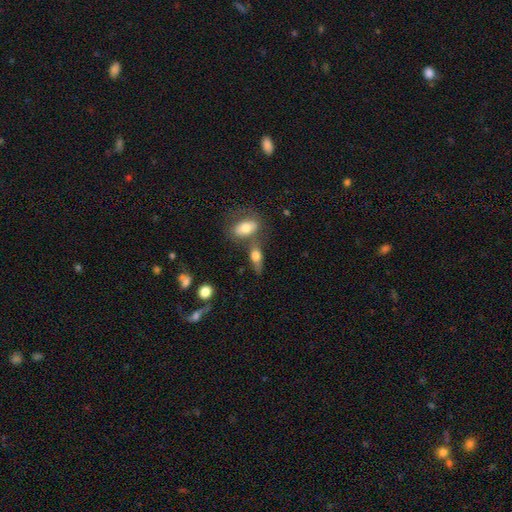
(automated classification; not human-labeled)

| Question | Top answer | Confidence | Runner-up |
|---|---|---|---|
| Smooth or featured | smooth | 64% | featured or disk (27%) |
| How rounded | in between | 70% | cigar-shaped (21%) |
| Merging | none | 51% | merger (27%) |